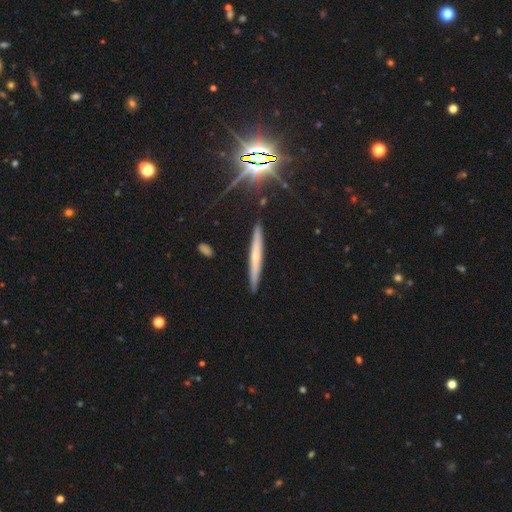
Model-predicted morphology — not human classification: featured or disk 49%, smooth 40%, star or artifact 11%. Down the decision tree: merging — none (90%).